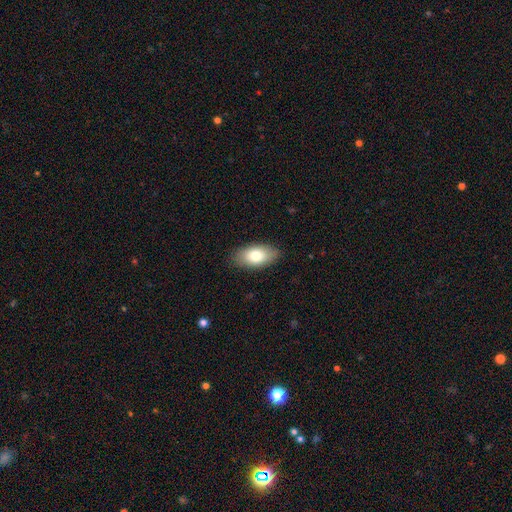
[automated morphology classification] Overall: smooth (80%). How rounded: in between (92%). Merging: none (86%).